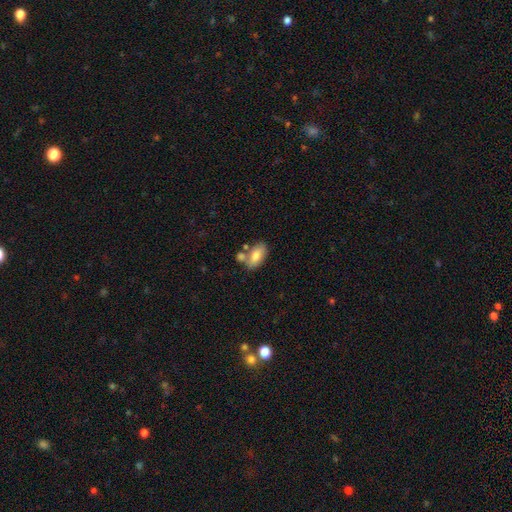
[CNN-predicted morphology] Q: Smooth or featured?
A: smooth (76%); runner-up: featured or disk (17%)
Q: How rounded?
A: in between (92%); runner-up: round (5%)
Q: Merging?
A: none (56%); runner-up: merger (25%)